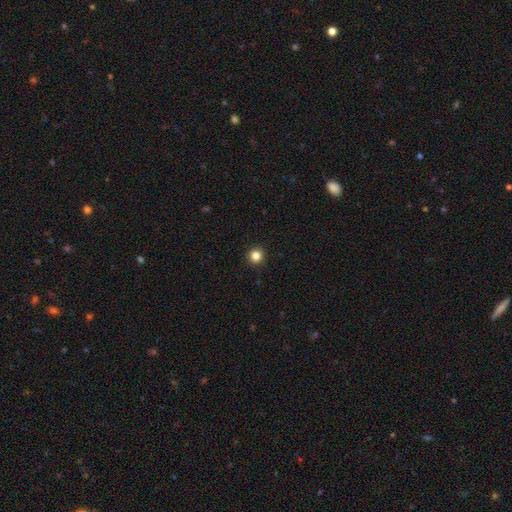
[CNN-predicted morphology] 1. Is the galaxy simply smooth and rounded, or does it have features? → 84% smooth, 12% star or artifact, 4% featured or disk.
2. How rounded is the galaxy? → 95% round, 4% in between, 1% cigar-shaped.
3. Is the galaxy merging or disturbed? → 93% none, 4% minor disturbance, 1% major disturbance, 1% merger.